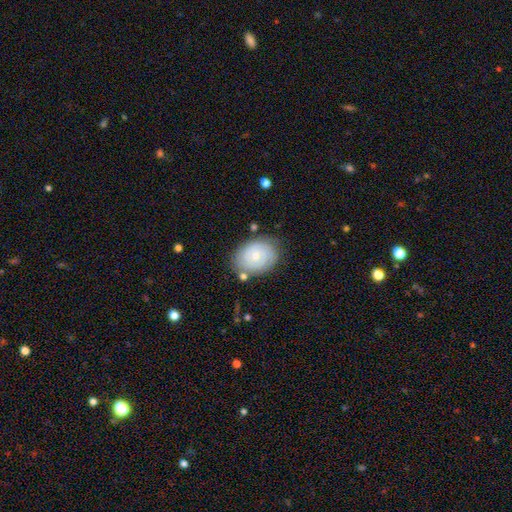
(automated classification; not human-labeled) The model was most divided on "spiral arm count": can't tell: 40%, 2: 37%, 3: 11%, 1: 5%, 4: 4%, more than 4: 3%. More confident: edge-on disk — no (96%); spiral arms — yes (83%); bar — no (77%); spiral winding — tight (75%); merging — none (74%); smooth or featured — featured or disk (65%); bulge size — small (58%).